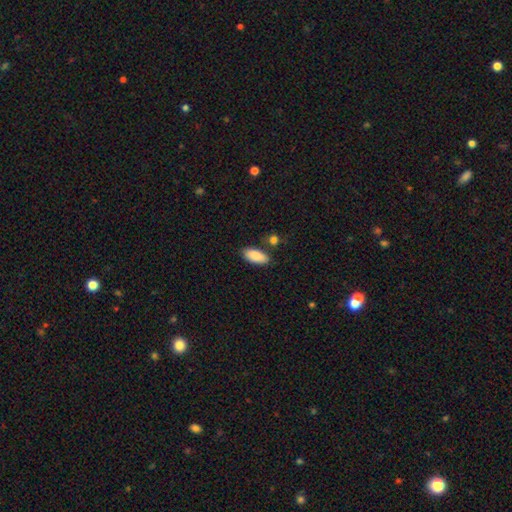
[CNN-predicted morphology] smooth-or-featured: smooth: 88% | star or artifact: 6% | featured or disk: 6%
  how-rounded: in between: 88% | cigar-shaped: 10% | round: 2%
  merging: none: 77% | minor disturbance: 14% | merger: 6% | major disturbance: 3%